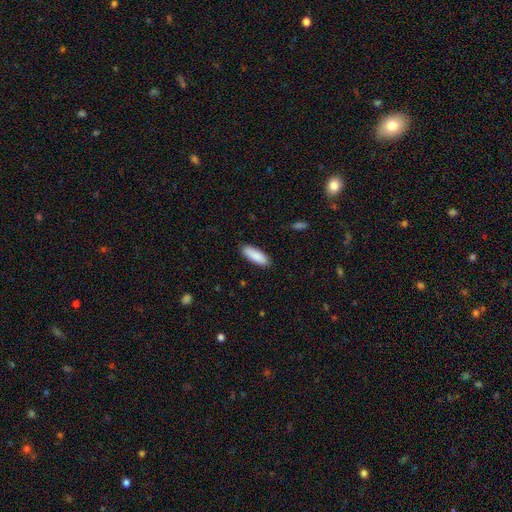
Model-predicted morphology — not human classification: Smooth or featured?
  - smooth: 89% *
  - star or artifact: 6%
  - featured or disk: 5%
How rounded?
  - in between: 62% *
  - cigar-shaped: 36%
  - round: 1%
Merging?
  - none: 88% *
  - minor disturbance: 9%
  - major disturbance: 2%
  - merger: 1%